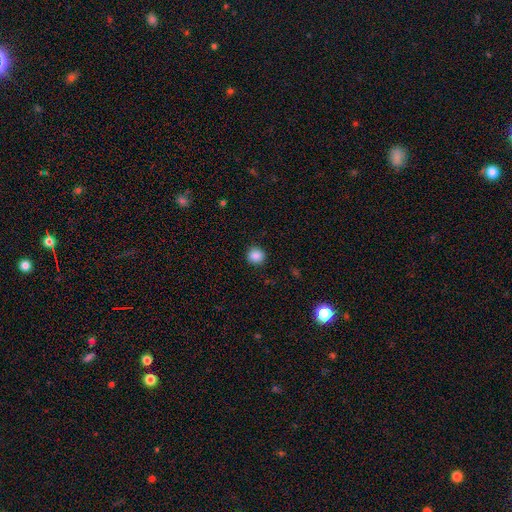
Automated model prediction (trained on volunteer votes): Smooth or featured: smooth — 87% (star or artifact — 10%)
How rounded: round — 92% (in between — 7%)
Merging: none — 91% (minor disturbance — 6%)